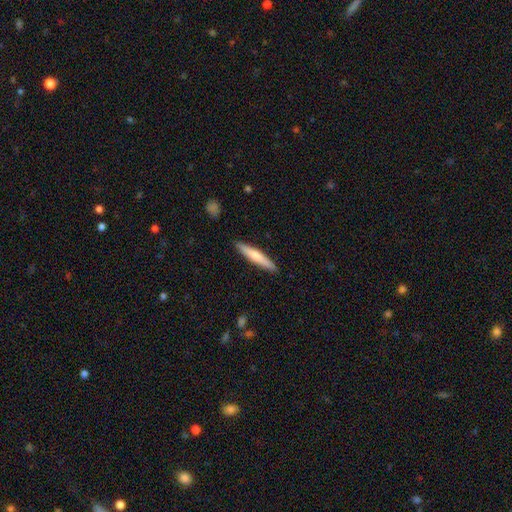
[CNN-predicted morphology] This is likely a smooth galaxy (65%). How rounded: clearly cigar-shaped (93%). Merging: clearly none (90%).